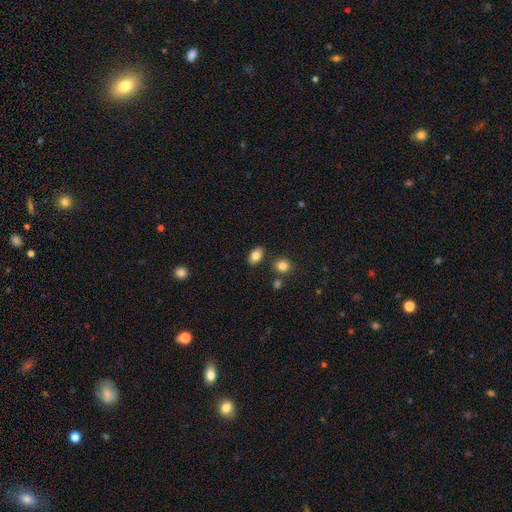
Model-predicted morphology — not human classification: type=smooth (82%); roundness=in between (83%); merging=none (82%).